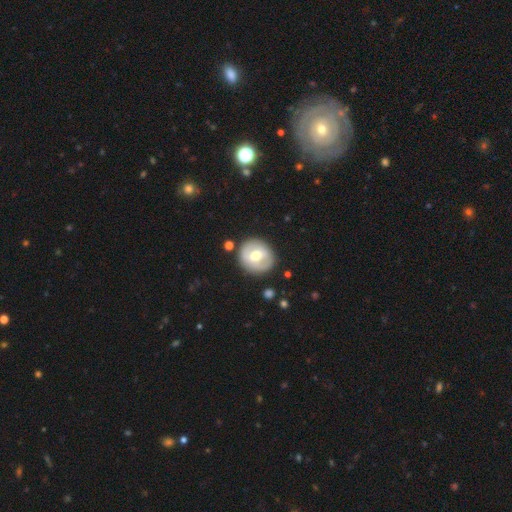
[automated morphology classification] Q: Smooth or featured?
A: featured or disk (48%); runner-up: smooth (45%)
Q: Merging?
A: none (84%); runner-up: minor disturbance (10%)